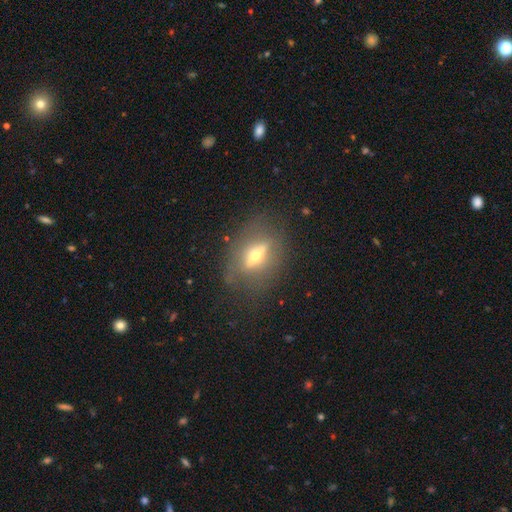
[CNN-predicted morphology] A featured or disk galaxy (66%) viewed edge-on (71%). Merging: none (76%).